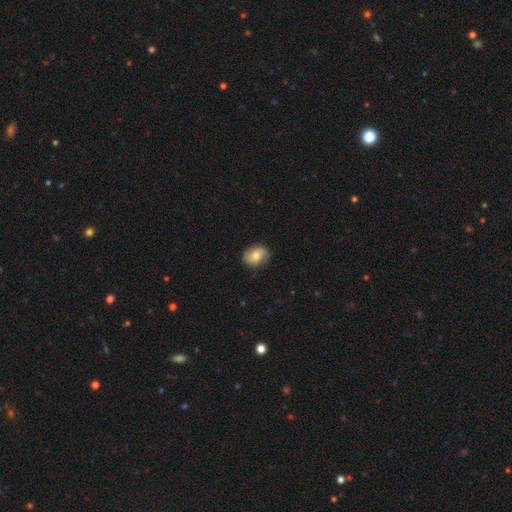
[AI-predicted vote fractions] smooth 58%, featured or disk 34%, star or artifact 8%. Down the decision tree: how rounded — in between (54%); merging — none (79%).